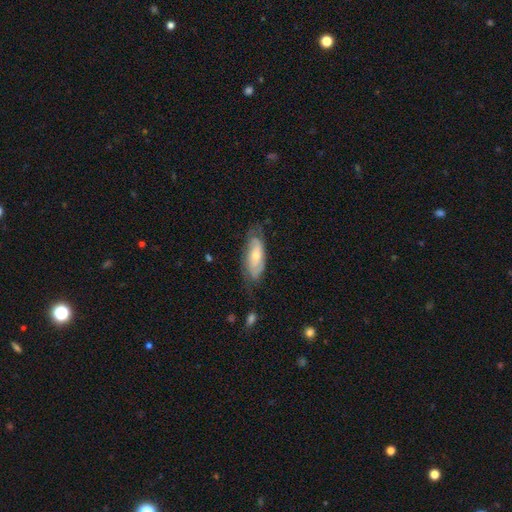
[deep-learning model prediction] Morphology: type=featured or disk (58%); edge-on=no (86%); merging=none (63%).